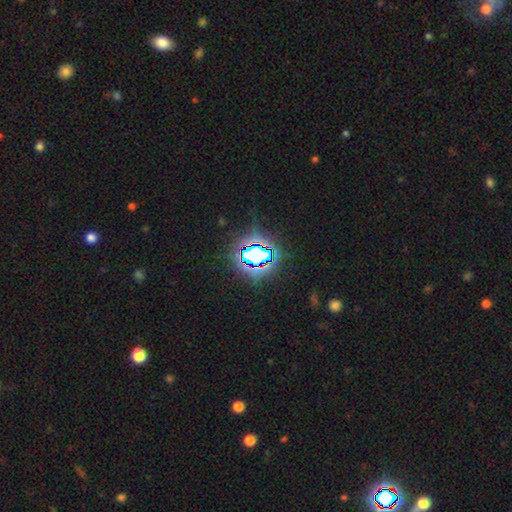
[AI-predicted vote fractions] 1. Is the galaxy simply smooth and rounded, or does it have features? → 74% star or artifact, 14% smooth, 12% featured or disk.